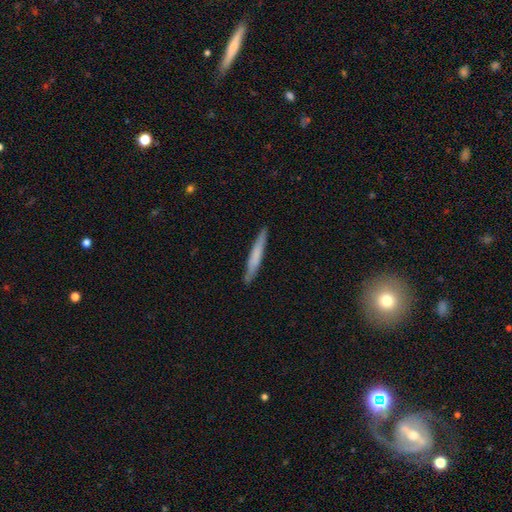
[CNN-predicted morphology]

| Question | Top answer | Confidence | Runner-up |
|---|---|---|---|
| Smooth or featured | smooth | 65% | featured or disk (29%) |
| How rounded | cigar-shaped | 96% | in between (3%) |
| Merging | none | 89% | minor disturbance (8%) |